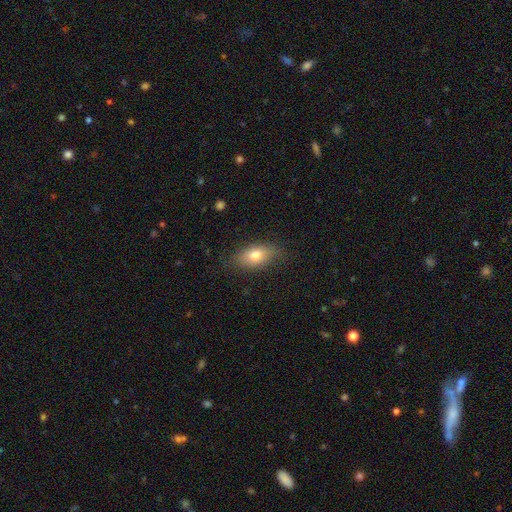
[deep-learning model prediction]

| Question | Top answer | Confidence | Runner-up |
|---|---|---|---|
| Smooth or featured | smooth | 74% | featured or disk (17%) |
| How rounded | in between | 86% | round (8%) |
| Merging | none | 77% | minor disturbance (18%) |